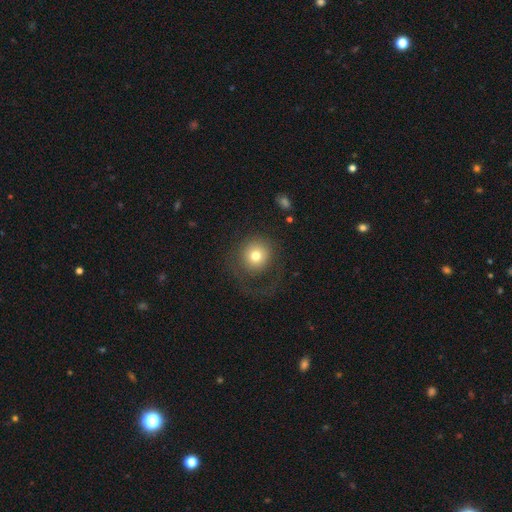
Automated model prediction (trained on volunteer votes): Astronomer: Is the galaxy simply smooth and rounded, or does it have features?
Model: smooth — 70%.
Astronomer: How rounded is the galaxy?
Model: round — 91%.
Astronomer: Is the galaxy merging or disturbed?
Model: none — 57%.